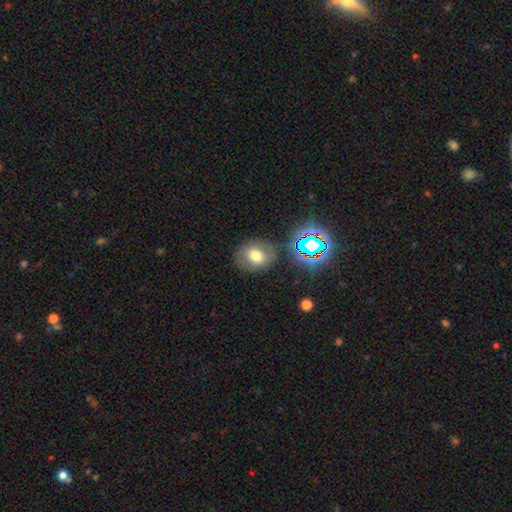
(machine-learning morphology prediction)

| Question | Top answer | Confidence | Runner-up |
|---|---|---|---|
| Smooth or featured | smooth | 67% | star or artifact (17%) |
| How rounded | round | 53% | in between (46%) |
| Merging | none | 78% | minor disturbance (13%) |